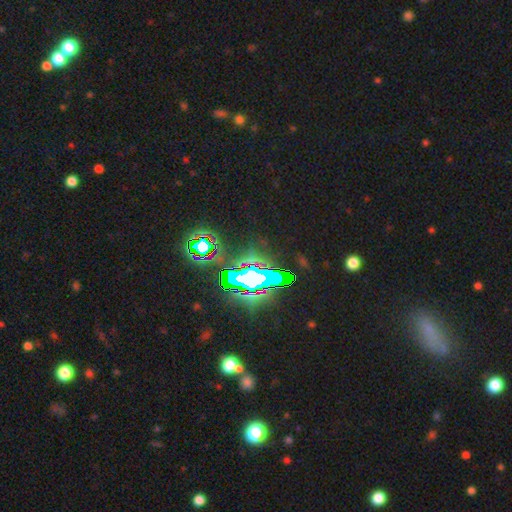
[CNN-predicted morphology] Smooth or featured?
  - star or artifact: 78% *
  - featured or disk: 11%
  - smooth: 11%